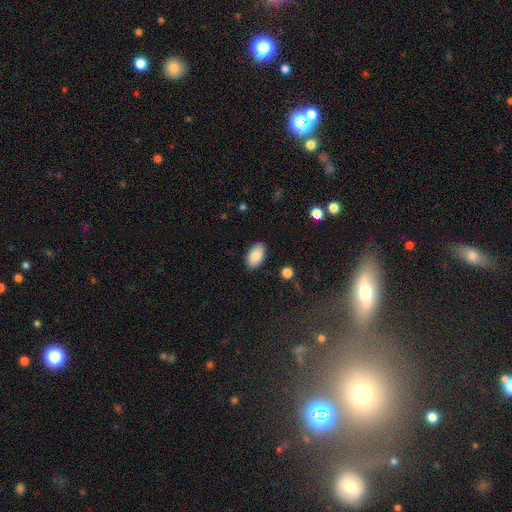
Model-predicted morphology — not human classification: smooth_or_featured: smooth (p=0.86) [alt: star or artifact p=0.07]
how_rounded: in between (p=0.94) [alt: round p=0.04]
merging: none (p=0.87) [alt: minor disturbance p=0.09]